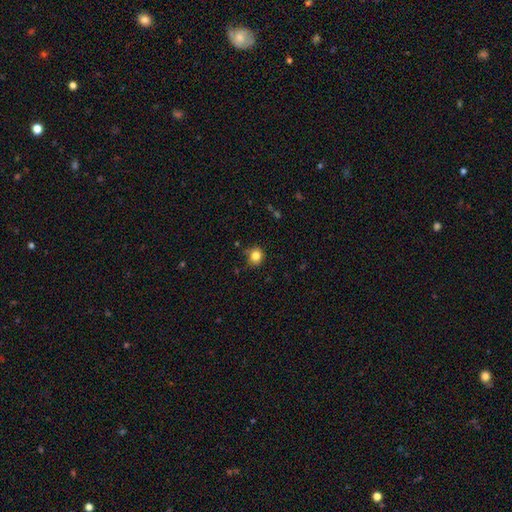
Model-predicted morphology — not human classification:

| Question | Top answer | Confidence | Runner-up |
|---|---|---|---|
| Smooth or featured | smooth | 83% | star or artifact (11%) |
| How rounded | round | 79% | in between (20%) |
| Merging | none | 77% | minor disturbance (17%) |